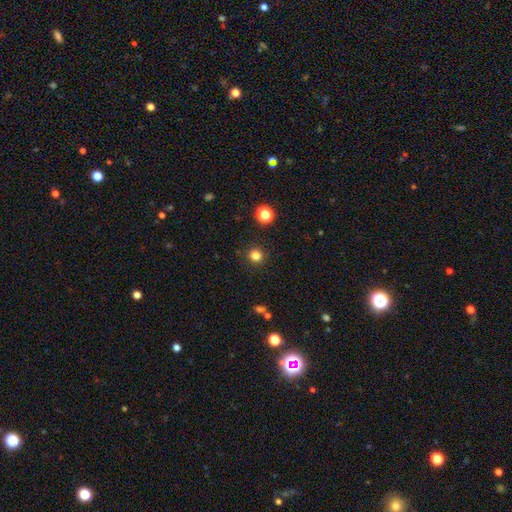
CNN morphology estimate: Overall: smooth (82%). How rounded: round (93%). Merging: none (90%).